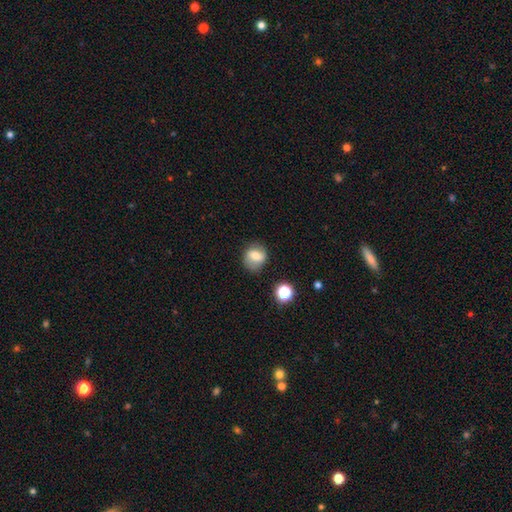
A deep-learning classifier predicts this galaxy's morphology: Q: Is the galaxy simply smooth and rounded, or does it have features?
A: smooth — 62%.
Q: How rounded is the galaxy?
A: round — 73%.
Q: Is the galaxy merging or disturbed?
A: none — 76%.